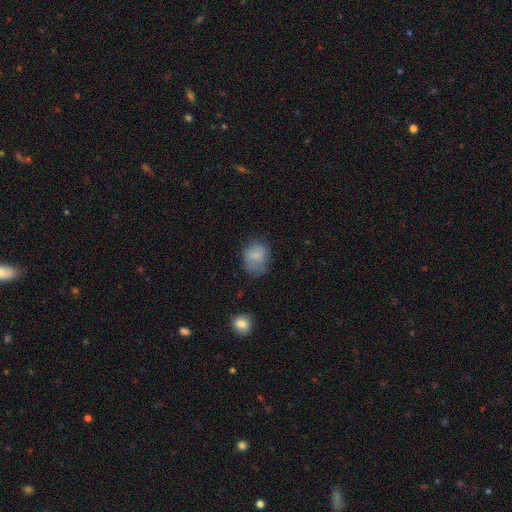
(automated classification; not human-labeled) The model was most divided on "how rounded": round: 50%, in between: 49%, cigar-shaped: 1%. More confident: smooth or featured — smooth (80%); merging — none (58%).